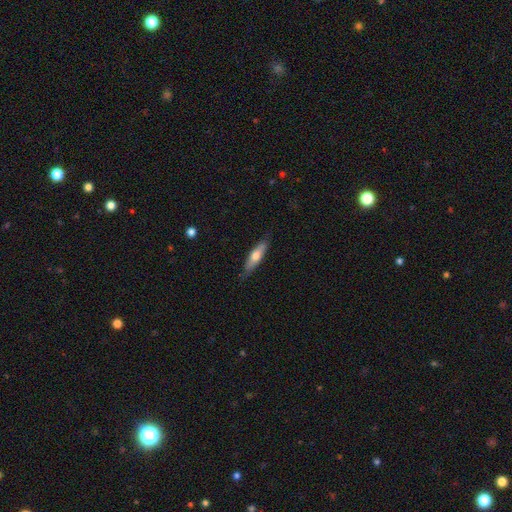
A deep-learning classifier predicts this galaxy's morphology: smooth 59%, featured or disk 35%, star or artifact 6%. Down the decision tree: how rounded — cigar-shaped (68%); merging — none (82%).